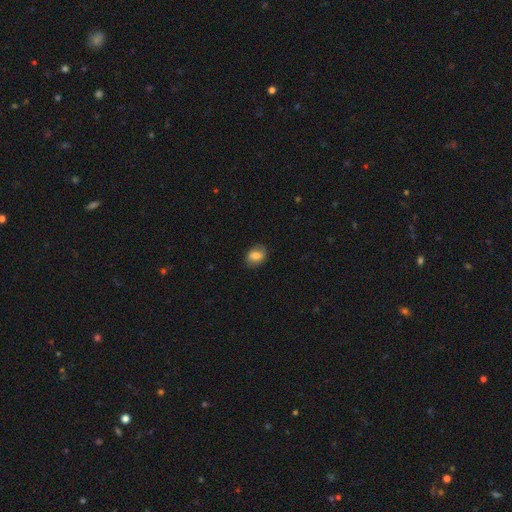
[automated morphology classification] Q: Smooth or featured?
A: smooth (70%); runner-up: featured or disk (21%)
Q: How rounded?
A: in between (67%); runner-up: round (32%)
Q: Merging?
A: none (81%); runner-up: minor disturbance (14%)